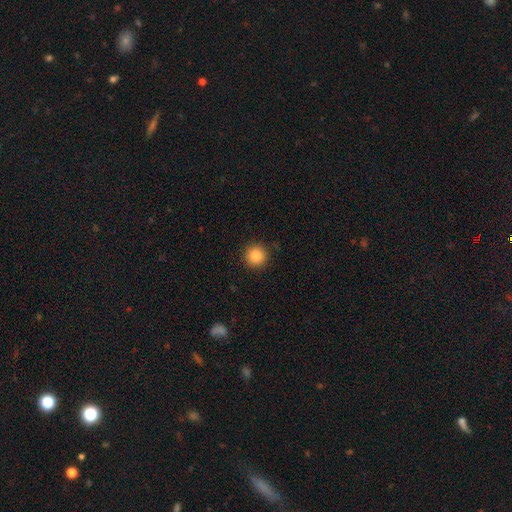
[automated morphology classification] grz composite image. It shows a smooth galaxy with no disk features (84%) that is round (95%). Merging: none (90%).